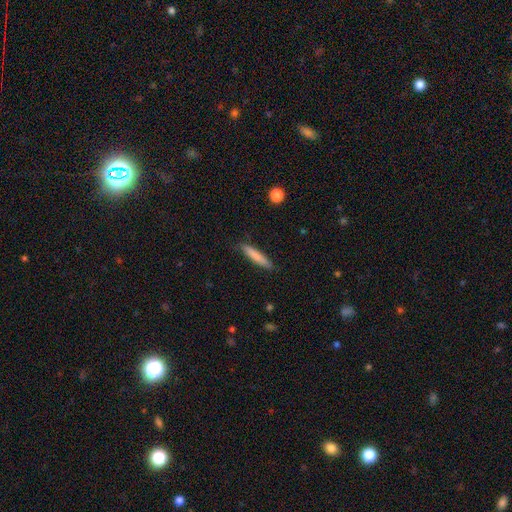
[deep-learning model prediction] This is likely a smooth galaxy (78%). How rounded: clearly cigar-shaped (91%). Merging: clearly none (86%).